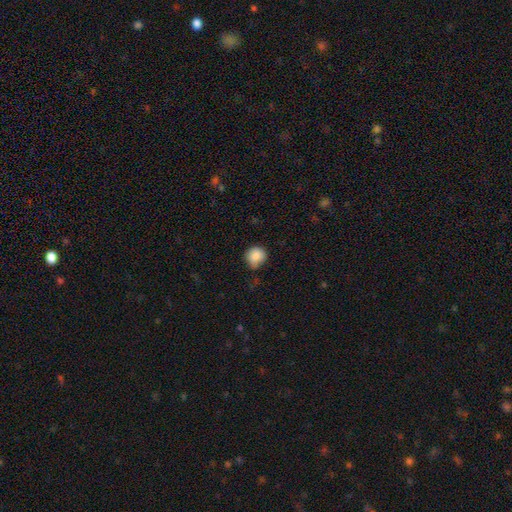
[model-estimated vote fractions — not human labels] Morphology: type=smooth (86%); roundness=round (89%); merging=none (64%).